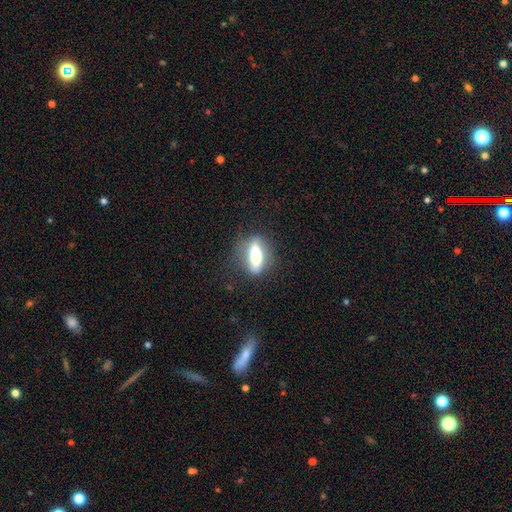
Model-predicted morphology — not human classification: smooth_or_featured: smooth (p=0.64) [alt: featured or disk p=0.28]
how_rounded: in between (p=0.53) [alt: cigar-shaped p=0.42]
merging: none (p=0.73) [alt: minor disturbance p=0.17]